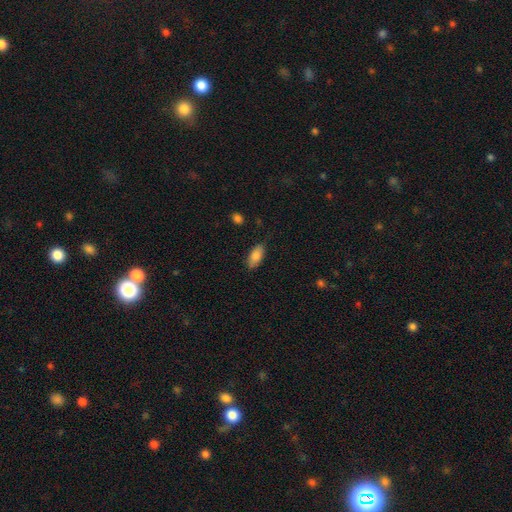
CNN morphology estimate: smooth_or_featured: smooth (p=0.82) [alt: featured or disk p=0.11]
how_rounded: in between (p=0.89) [alt: cigar-shaped p=0.09]
merging: none (p=0.80) [alt: minor disturbance p=0.15]